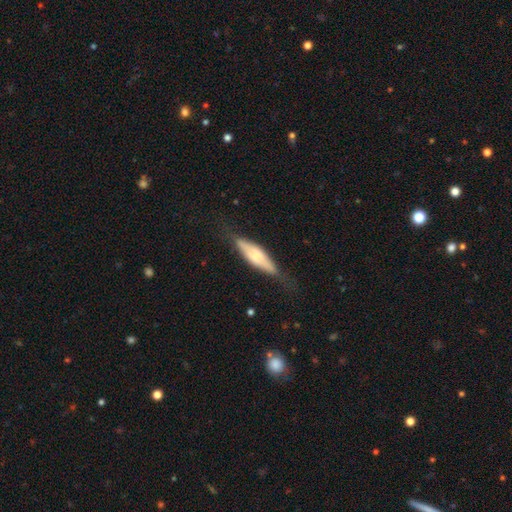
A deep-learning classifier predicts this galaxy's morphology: Q: Smooth or featured?
A: smooth (51%); runner-up: featured or disk (43%)
Q: How rounded?
A: cigar-shaped (59%); runner-up: in between (39%)
Q: Merging?
A: none (69%); runner-up: minor disturbance (22%)